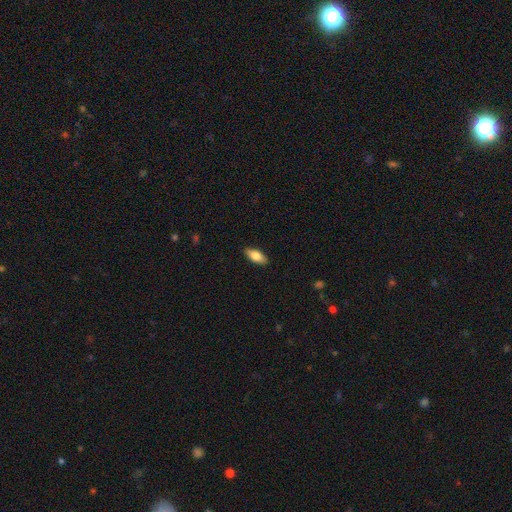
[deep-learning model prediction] Smooth or featured?
  - smooth: 79% *
  - featured or disk: 15%
  - star or artifact: 6%
How rounded?
  - in between: 85% *
  - cigar-shaped: 12%
  - round: 3%
Merging?
  - none: 88% *
  - minor disturbance: 9%
  - major disturbance: 2%
  - merger: 1%